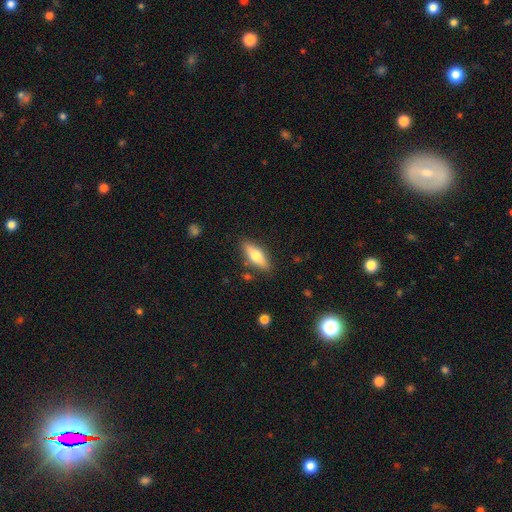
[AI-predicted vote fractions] This appears to be a smooth galaxy with no disk features (62%) that is in between round and cigar-shaped (58%). Merging: none (85%).